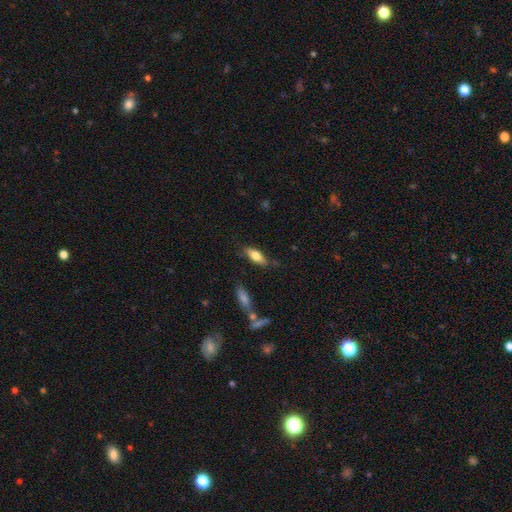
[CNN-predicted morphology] Smooth or featured? Predicted: smooth (p=0.70). How rounded? Predicted: in between (p=0.71). Merging? Predicted: none (p=0.74).